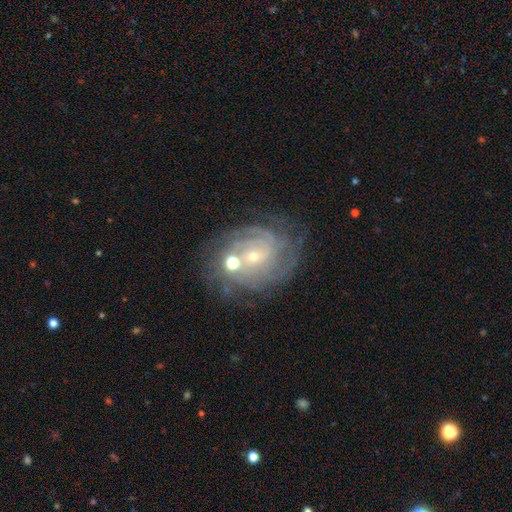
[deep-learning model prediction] Smooth or featured?
  - featured or disk: 82% *
  - star or artifact: 10%
  - smooth: 8%
Edge-on disk?
  - no: 97% *
  - yes: 3%
Bar?
  - no: 59% *
  - weak: 33%
  - strong: 9%
Spiral arms?
  - yes: 95% *
  - no: 5%
Spiral winding?
  - tight: 72% *
  - medium: 23%
  - loose: 5%
Spiral arm count?
  - can't tell: 34% *
  - 4: 18%
  - 3: 17%
  - 2: 13%
  - more than 4: 12%
  - 1: 6%
Bulge size?
  - small: 71% *
  - moderate: 25%
  - none: 2%
  - large: 2%
  - dominant: 1%
Merging?
  - none: 67% *
  - minor disturbance: 16%
  - merger: 10%
  - major disturbance: 7%